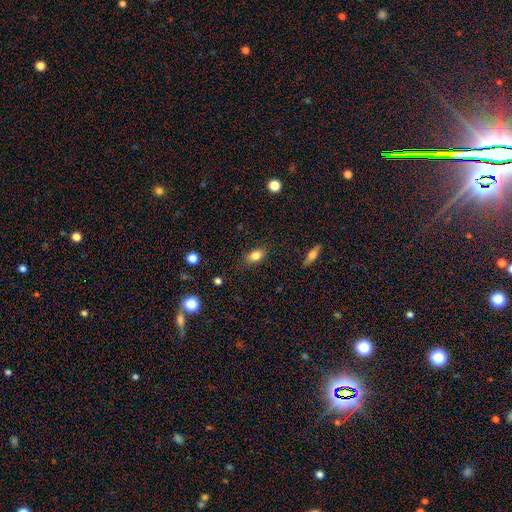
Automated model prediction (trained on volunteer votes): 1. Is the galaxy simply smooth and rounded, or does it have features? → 83% smooth, 9% star or artifact, 8% featured or disk.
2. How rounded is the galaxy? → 79% in between, 17% round, 4% cigar-shaped.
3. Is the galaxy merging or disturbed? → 81% none, 14% minor disturbance, 3% major disturbance, 1% merger.